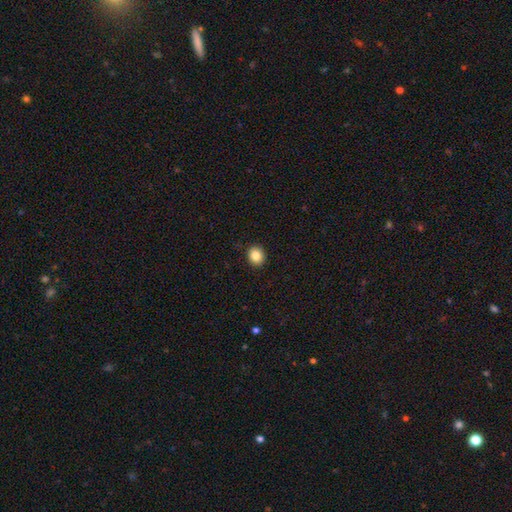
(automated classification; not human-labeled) Smooth or featured: smooth — 84% (star or artifact — 10%)
How rounded: round — 75% (in between — 24%)
Merging: none — 91% (minor disturbance — 6%)